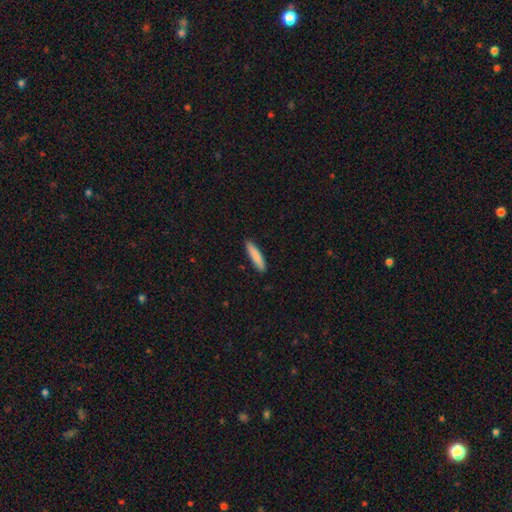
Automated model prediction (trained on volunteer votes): smooth 86%, featured or disk 9%, star or artifact 5%. Down the decision tree: how rounded — cigar-shaped (85%); merging — none (90%).